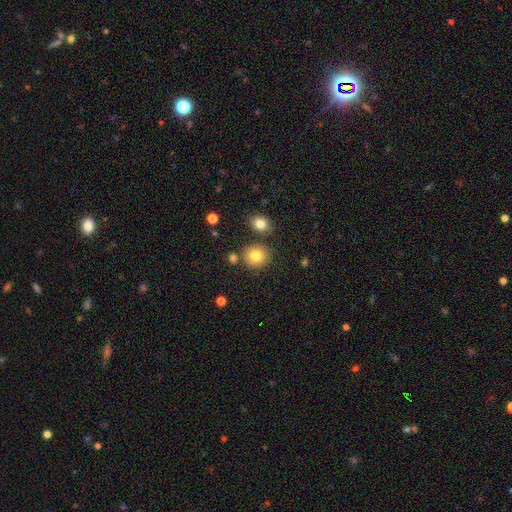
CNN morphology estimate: Overall: smooth (81%). How rounded: round (82%). Merging: none (80%).